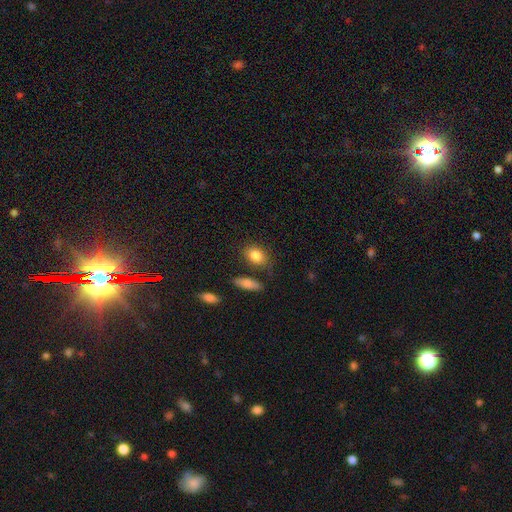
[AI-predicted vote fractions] The model was most divided on "how rounded": in between: 77%, round: 20%, cigar-shaped: 2%. More confident: smooth or featured — smooth (85%); merging — none (73%).